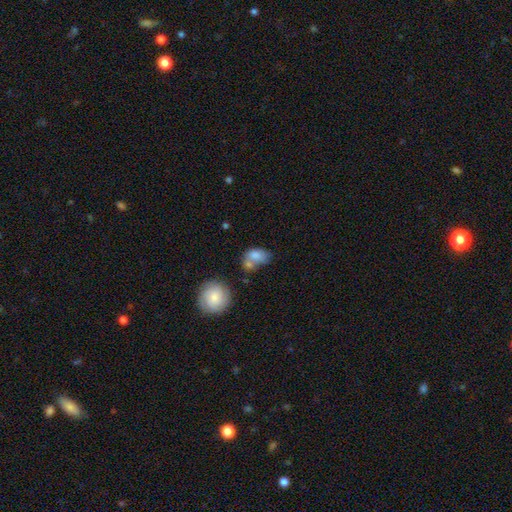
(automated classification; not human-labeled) A smooth galaxy with no disk features (76%) that is in between round and cigar-shaped (76%). Merging: merger (41%).